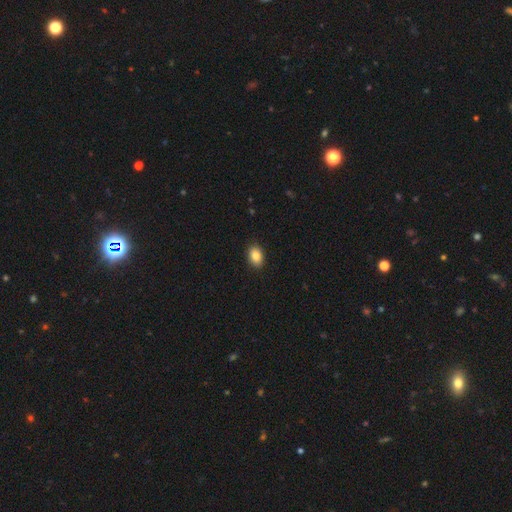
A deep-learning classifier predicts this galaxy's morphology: smooth-or-featured: smooth: 86% | star or artifact: 8% | featured or disk: 6%
  how-rounded: in between: 82% | round: 17% | cigar-shaped: 1%
  merging: none: 90% | minor disturbance: 7% | major disturbance: 2% | merger: 1%